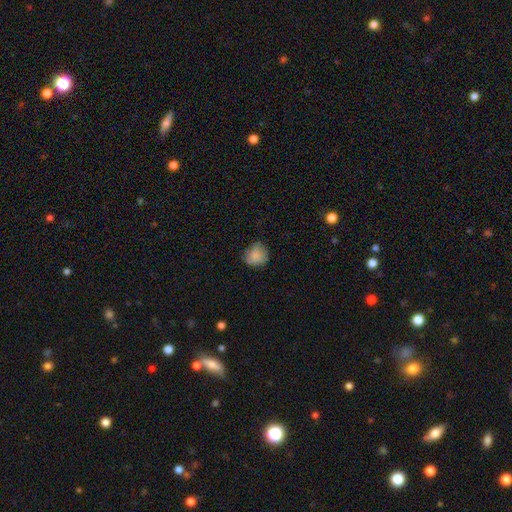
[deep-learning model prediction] smooth 83%, featured or disk 9%, star or artifact 8%. Down the decision tree: how rounded — round (81%); merging — none (71%).